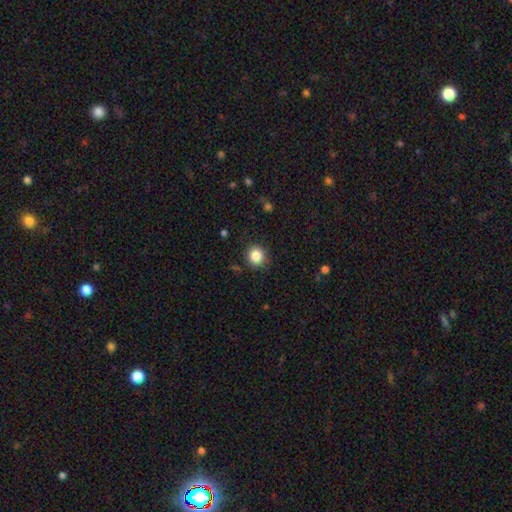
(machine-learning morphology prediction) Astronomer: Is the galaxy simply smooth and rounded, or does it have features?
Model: smooth — 85%.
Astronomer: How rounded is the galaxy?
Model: round — 85%.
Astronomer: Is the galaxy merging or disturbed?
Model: none — 87%.